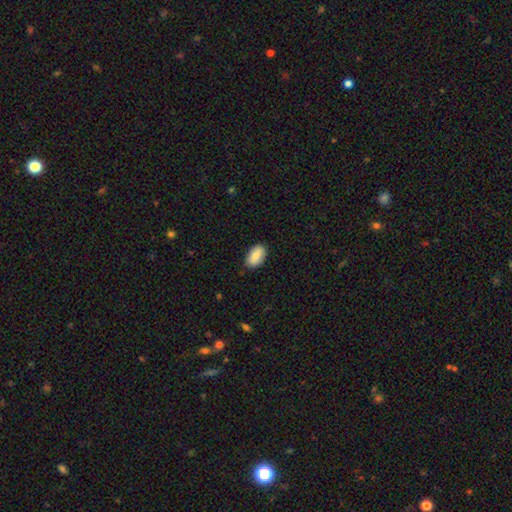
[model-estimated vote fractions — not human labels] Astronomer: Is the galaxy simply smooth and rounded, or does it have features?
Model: smooth — 84%.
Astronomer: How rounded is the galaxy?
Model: in between — 93%.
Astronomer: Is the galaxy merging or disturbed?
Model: none — 84%.